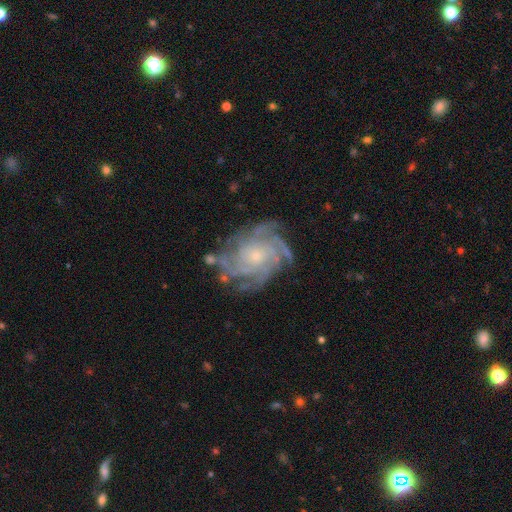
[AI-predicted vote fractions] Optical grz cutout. It shows a featured or disk galaxy (87%) with no bar (78%), 4 (31%) tight (63%) spiral arms (97%) and a small central bulge (72%). Merging: none (72%).